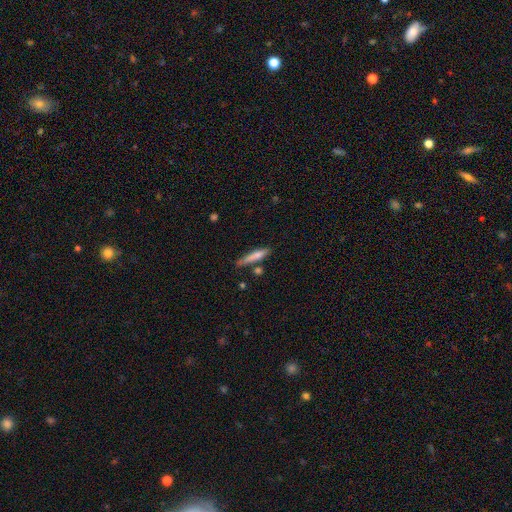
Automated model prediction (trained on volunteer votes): smooth 68%, featured or disk 26%, star or artifact 6%. Down the decision tree: how rounded — cigar-shaped (89%); merging — none (70%).